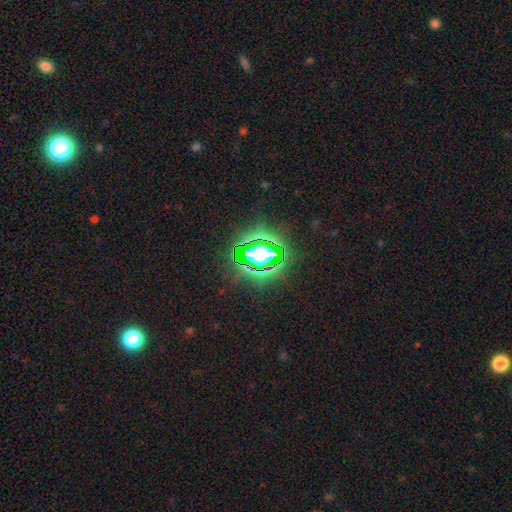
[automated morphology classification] Smooth or featured: star or artifact — 78% (smooth — 13%)